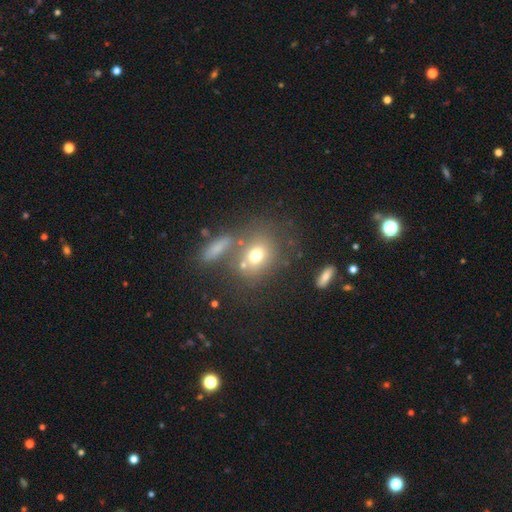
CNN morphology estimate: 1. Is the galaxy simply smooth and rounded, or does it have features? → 69% smooth, 18% featured or disk, 13% star or artifact.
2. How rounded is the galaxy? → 57% round, 41% in between, 2% cigar-shaped.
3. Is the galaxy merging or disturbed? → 57% none, 20% merger, 14% minor disturbance, 9% major disturbance.